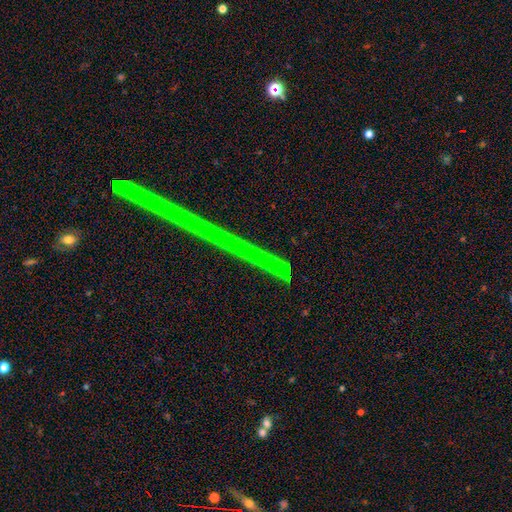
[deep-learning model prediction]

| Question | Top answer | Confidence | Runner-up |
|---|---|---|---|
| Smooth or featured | star or artifact | 59% | featured or disk (27%) |